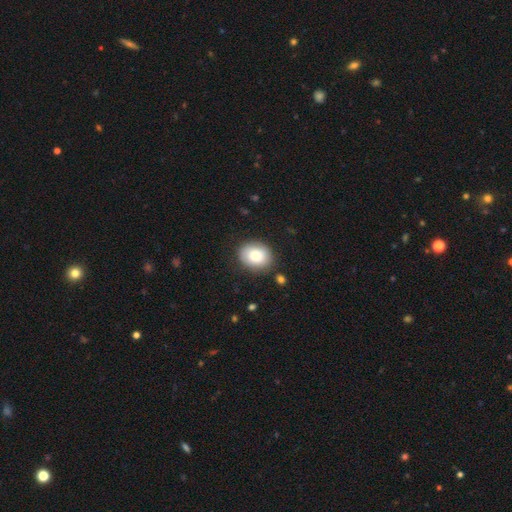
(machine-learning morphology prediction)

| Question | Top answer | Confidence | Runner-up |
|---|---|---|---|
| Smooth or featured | smooth | 82% | featured or disk (10%) |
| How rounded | round | 55% | in between (44%) |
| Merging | none | 84% | minor disturbance (11%) |